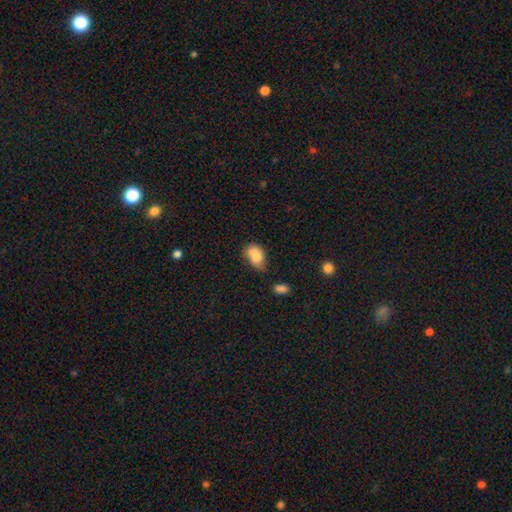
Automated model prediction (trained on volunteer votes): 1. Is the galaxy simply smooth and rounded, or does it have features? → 74% smooth, 17% featured or disk, 9% star or artifact.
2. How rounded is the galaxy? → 76% in between, 22% round, 2% cigar-shaped.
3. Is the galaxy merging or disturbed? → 36% merger, 32% none, 23% minor disturbance, 9% major disturbance.